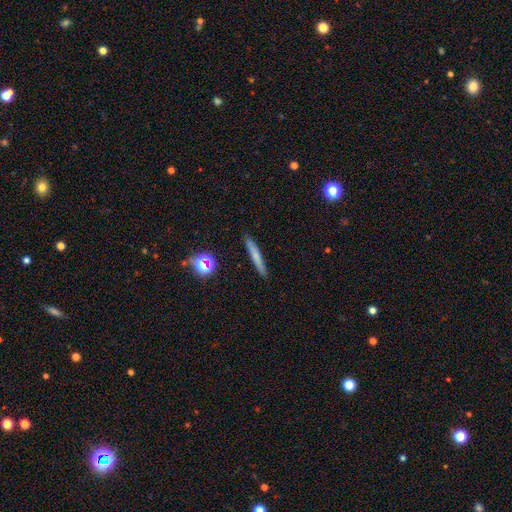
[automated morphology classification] type=smooth (60%); roundness=cigar-shaped (93%); merging=none (89%).